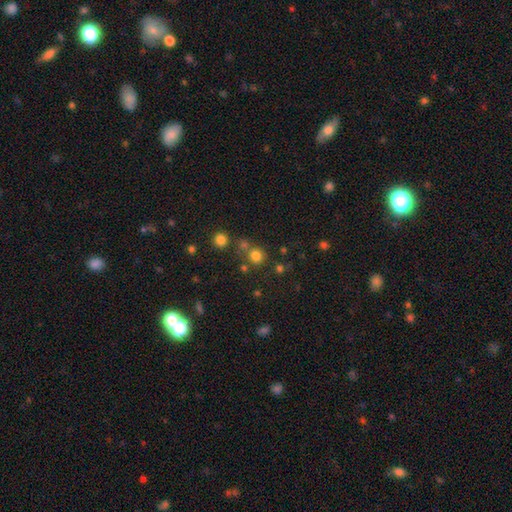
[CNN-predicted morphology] A smooth galaxy with no disk features (75%) that is round (90%).

Vote fractions:
- Smooth or featured? smooth: 75% / star or artifact: 18% / featured or disk: 6%
- How rounded? round: 90% / in between: 9% / cigar-shaped: 1%
- Merging? none: 70% / merger: 18% / minor disturbance: 9% / major disturbance: 4%